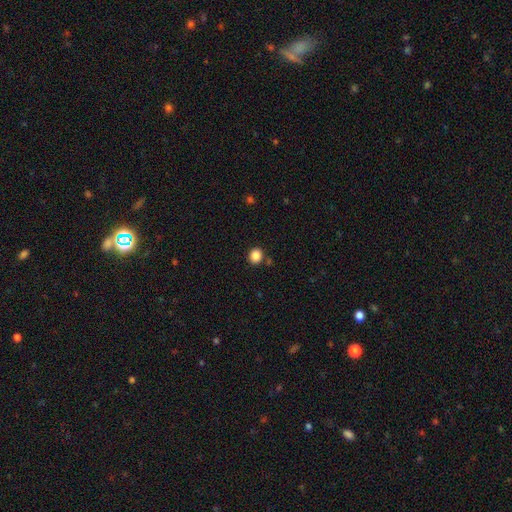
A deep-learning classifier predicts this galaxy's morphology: Smooth or featured? Predicted: smooth (p=0.87). How rounded? Predicted: round (p=0.72). Merging? Predicted: none (p=0.83).